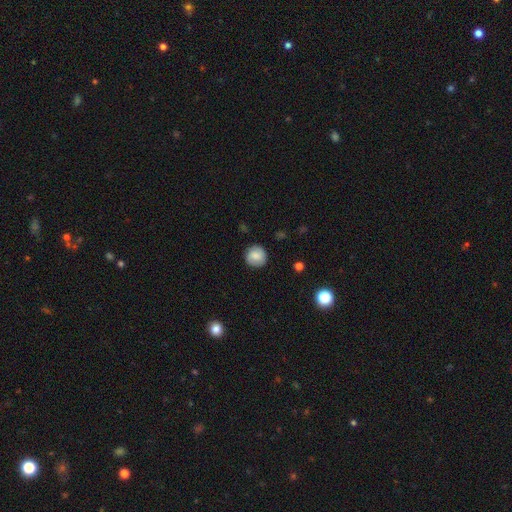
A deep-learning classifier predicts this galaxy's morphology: Smooth or featured? smooth (74%)
How rounded? round (89%)
Merging? none (85%)